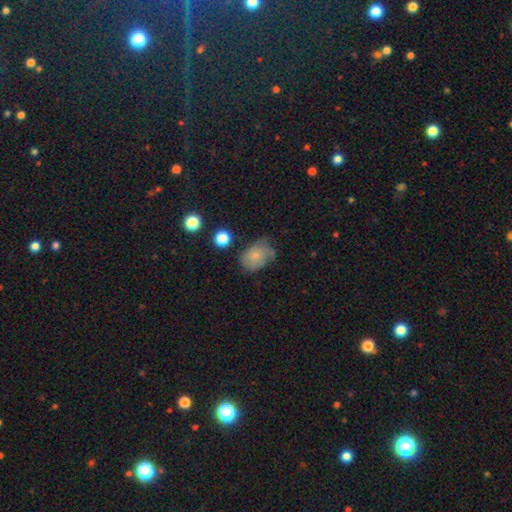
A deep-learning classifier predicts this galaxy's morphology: This is likely a smooth galaxy (65%). How rounded: likely in between (75%). Merging: possibly none (49%).